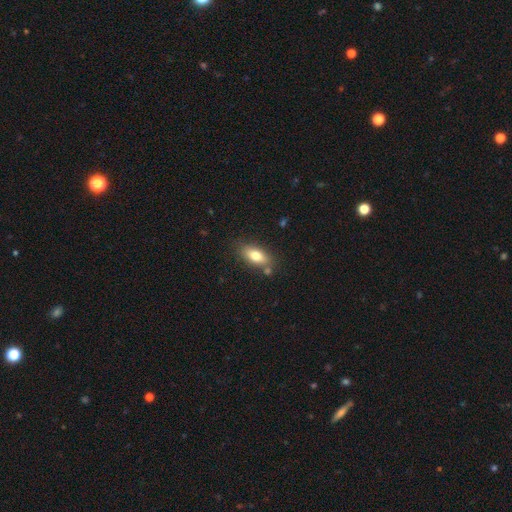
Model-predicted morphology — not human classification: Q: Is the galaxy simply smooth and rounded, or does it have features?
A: smooth — 76%.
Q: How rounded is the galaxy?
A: in between — 83%.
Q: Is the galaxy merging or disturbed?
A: none — 74%.